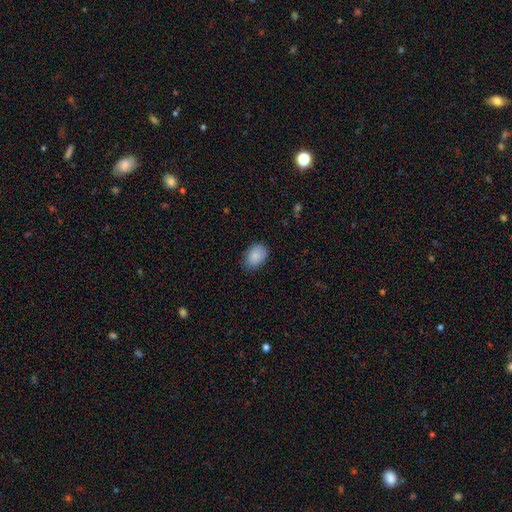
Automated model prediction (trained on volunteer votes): Q: Smooth or featured?
A: smooth (88%); runner-up: star or artifact (7%)
Q: How rounded?
A: in between (83%); runner-up: round (16%)
Q: Merging?
A: none (82%); runner-up: minor disturbance (14%)